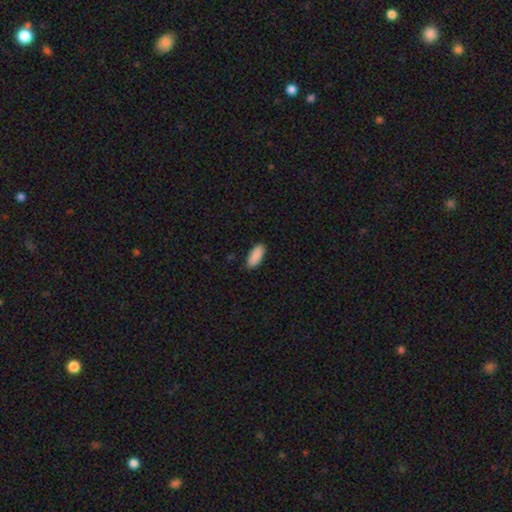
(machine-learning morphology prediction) This appears to be a smooth galaxy with no disk features (91%) that is in between round and cigar-shaped (83%). Merging: none (87%).